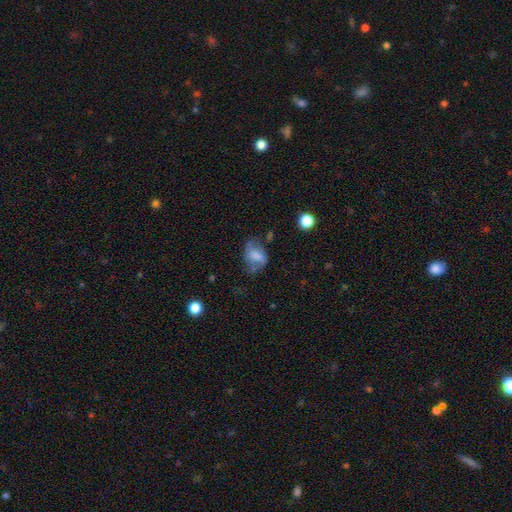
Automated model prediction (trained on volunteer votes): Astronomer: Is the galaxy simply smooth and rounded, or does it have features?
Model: smooth — 59%.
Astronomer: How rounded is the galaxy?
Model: in between — 74%.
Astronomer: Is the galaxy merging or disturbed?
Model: none — 41% (runner-up: minor disturbance, 29%).